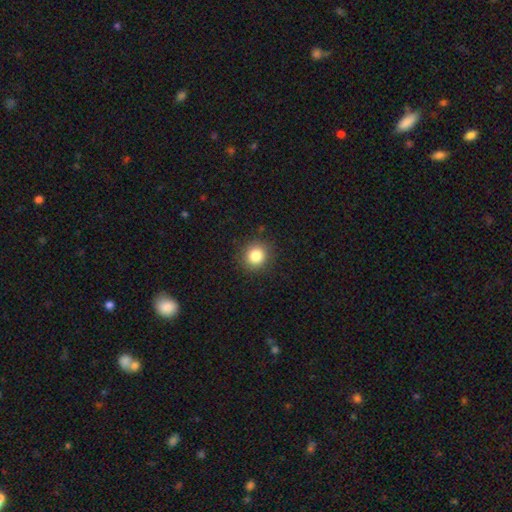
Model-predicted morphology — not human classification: smooth_or_featured: smooth (p=0.83) [alt: star or artifact p=0.11]
how_rounded: round (p=0.90) [alt: in between p=0.09]
merging: none (p=0.90) [alt: minor disturbance p=0.07]